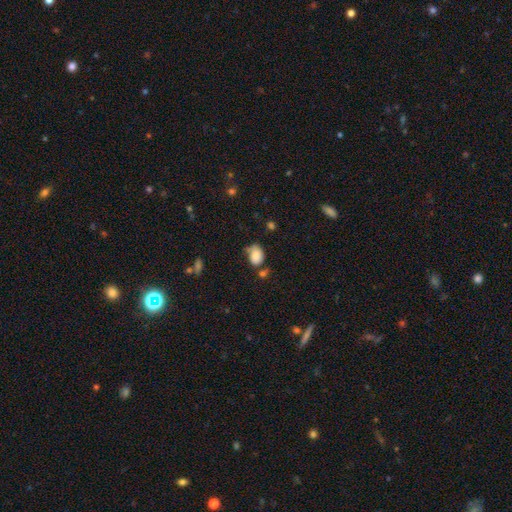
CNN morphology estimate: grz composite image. It shows a smooth galaxy with no disk features (82%) that is in between round and cigar-shaped (74%). Merging: none (43%).